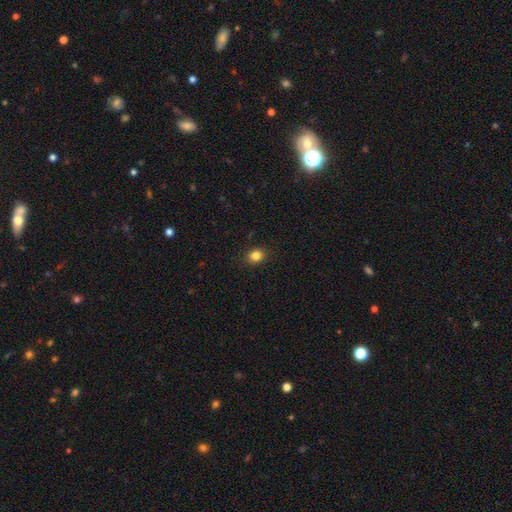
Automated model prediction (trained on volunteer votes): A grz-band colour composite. It shows a smooth galaxy with no disk features (84%) that is round (57%). Merging: none (88%).